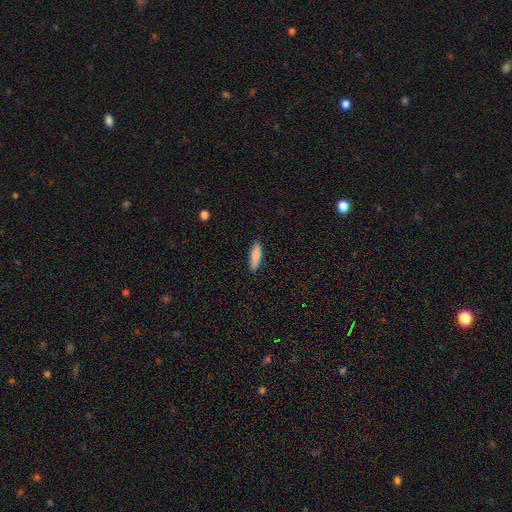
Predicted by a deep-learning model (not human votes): smooth-or-featured: smooth: 85% | featured or disk: 10% | star or artifact: 6%
  how-rounded: cigar-shaped: 62% | in between: 36% | round: 2%
  merging: none: 88% | minor disturbance: 9% | major disturbance: 2% | merger: 1%